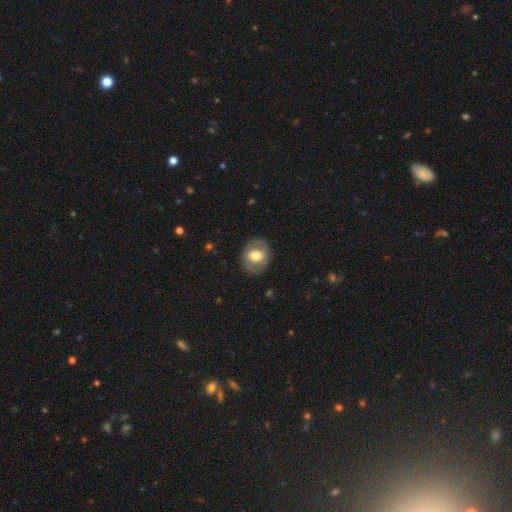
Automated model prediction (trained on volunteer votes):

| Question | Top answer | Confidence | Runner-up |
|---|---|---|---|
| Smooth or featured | featured or disk | 50% | smooth (44%) |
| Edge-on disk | no | 95% | yes (5%) |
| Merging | none | 82% | minor disturbance (11%) |